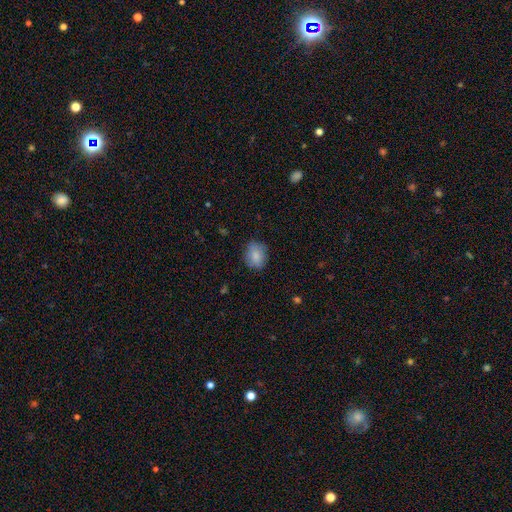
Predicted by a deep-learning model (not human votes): Smooth or featured: smooth — 84% (featured or disk — 9%)
How rounded: round — 55% (in between — 44%)
Merging: none — 78% (minor disturbance — 17%)